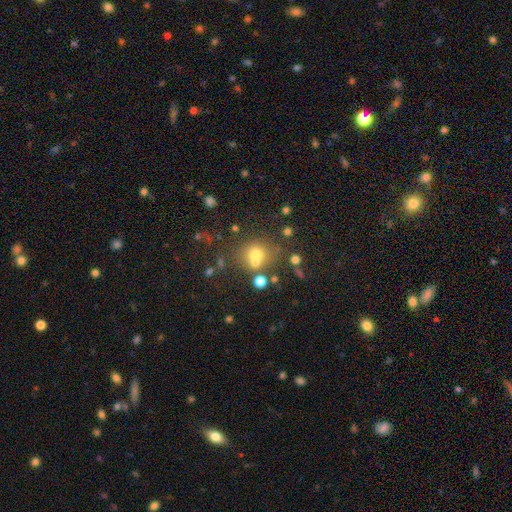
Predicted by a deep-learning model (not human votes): Smooth or featured? smooth (61%)
How rounded? round (78%)
Merging? none (54%)